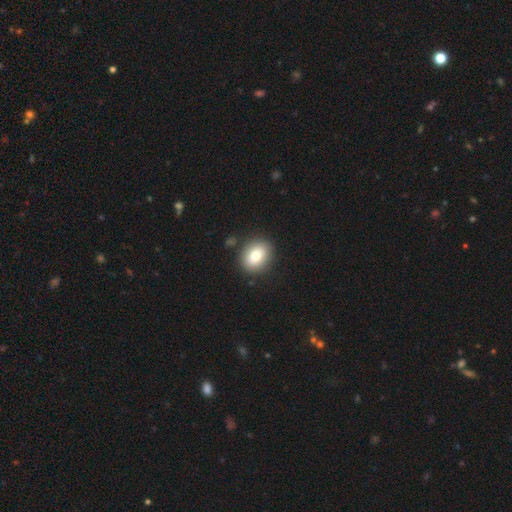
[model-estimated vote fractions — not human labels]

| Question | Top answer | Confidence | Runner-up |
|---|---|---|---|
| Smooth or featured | smooth | 78% | featured or disk (13%) |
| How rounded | round | 50% | in between (49%) |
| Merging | none | 87% | minor disturbance (8%) |